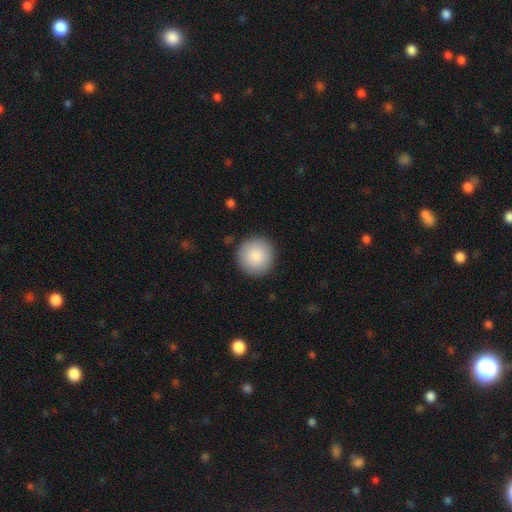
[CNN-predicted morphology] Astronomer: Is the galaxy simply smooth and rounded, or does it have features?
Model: smooth — 88%.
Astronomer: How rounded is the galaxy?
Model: round — 95%.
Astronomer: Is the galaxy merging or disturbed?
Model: none — 90%.